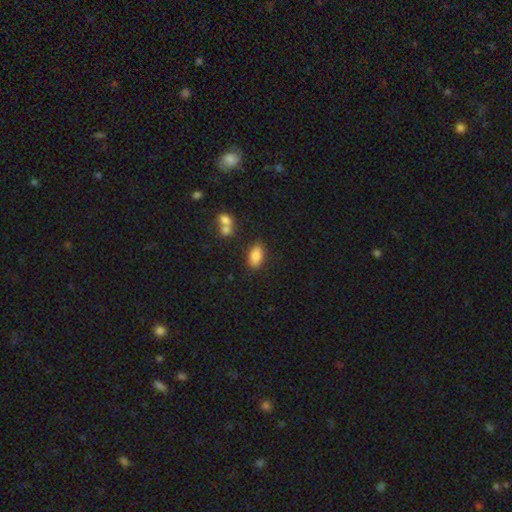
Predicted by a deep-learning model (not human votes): Smooth or featured: smooth — 86% (star or artifact — 8%)
How rounded: in between — 91% (round — 6%)
Merging: none — 79% (minor disturbance — 12%)